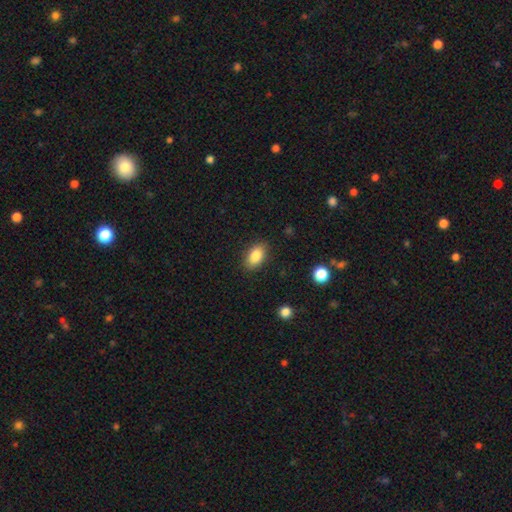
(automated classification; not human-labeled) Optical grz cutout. It shows a smooth galaxy with no disk features (84%) that is in between round and cigar-shaped (90%). Merging: none (87%).